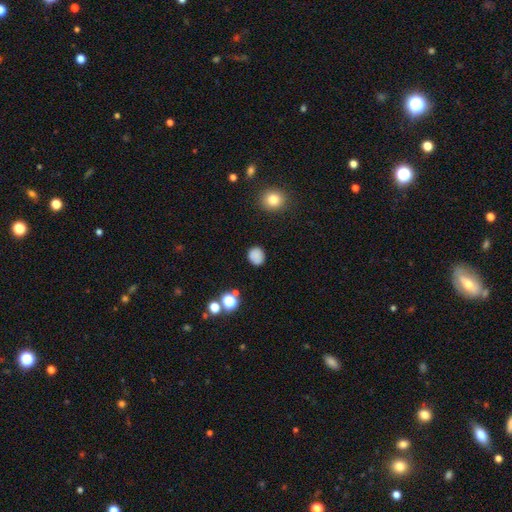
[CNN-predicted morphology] Q: Smooth or featured?
A: smooth (83%); runner-up: star or artifact (12%)
Q: How rounded?
A: round (72%); runner-up: in between (27%)
Q: Merging?
A: none (85%); runner-up: minor disturbance (10%)